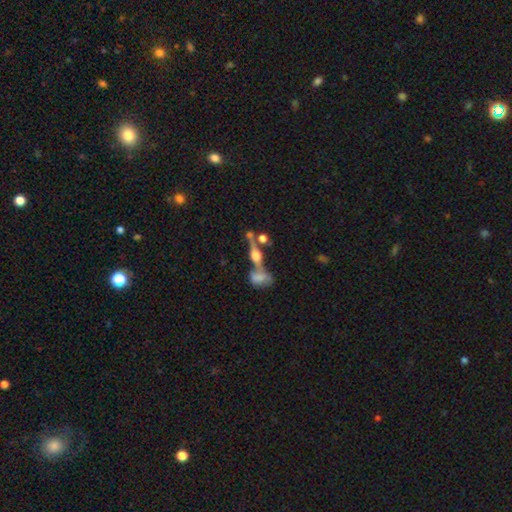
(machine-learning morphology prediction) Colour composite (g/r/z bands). It shows a featured or disk galaxy (70%) viewed edge-on (89%) with a rounded central bulge (94%). Merging: none (55%).